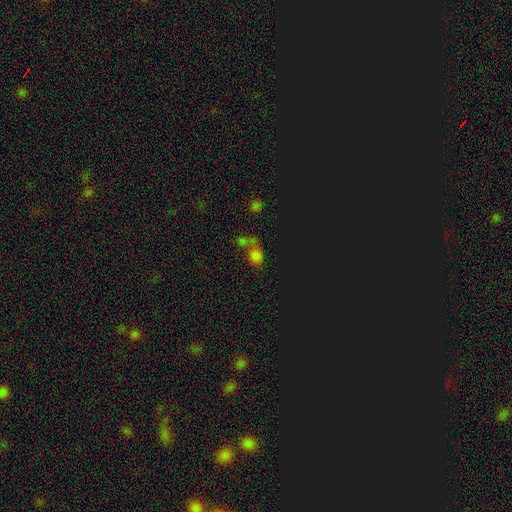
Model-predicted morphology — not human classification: The model was most divided on "smooth or featured": smooth: 46%, star or artifact: 42%, featured or disk: 12%. More confident: merging — merger (50%).